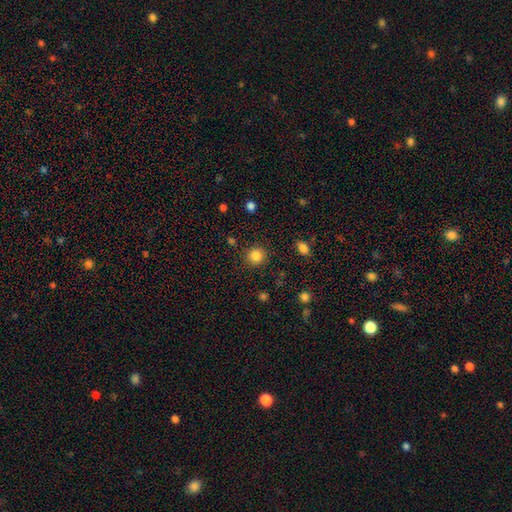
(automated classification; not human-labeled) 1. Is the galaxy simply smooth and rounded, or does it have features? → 85% smooth, 11% star or artifact, 4% featured or disk.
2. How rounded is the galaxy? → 90% round, 9% in between, 1% cigar-shaped.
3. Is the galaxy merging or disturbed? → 88% none, 7% minor disturbance, 3% major disturbance, 2% merger.